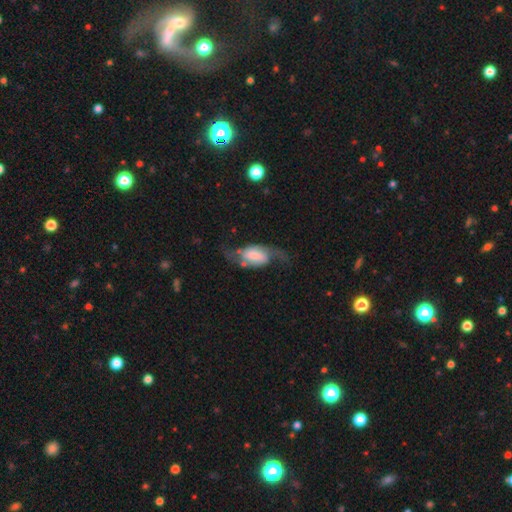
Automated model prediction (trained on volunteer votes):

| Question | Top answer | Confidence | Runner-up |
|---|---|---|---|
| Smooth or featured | featured or disk | 72% | smooth (21%) |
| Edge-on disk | no | 95% | yes (5%) |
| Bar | no | 39% | weak (38%) |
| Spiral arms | yes | 93% | no (7%) |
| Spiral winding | loose | 69% | medium (24%) |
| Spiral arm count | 2 | 91% | 1 (3%) |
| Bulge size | none | 30% | large (26%) |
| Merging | none | 52% | major disturbance (23%) |